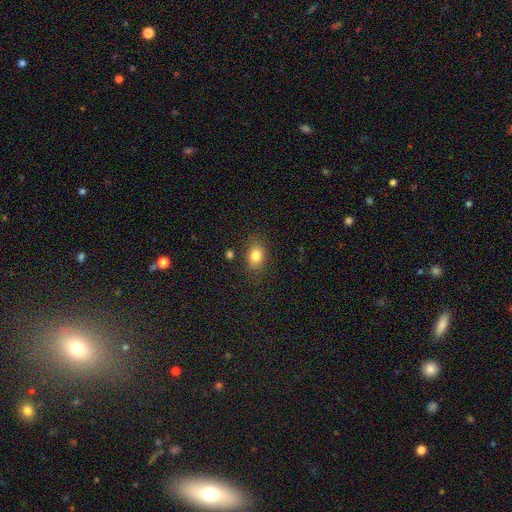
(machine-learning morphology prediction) Smooth or featured? smooth (82%)
How rounded? in between (66%)
Merging? none (79%)